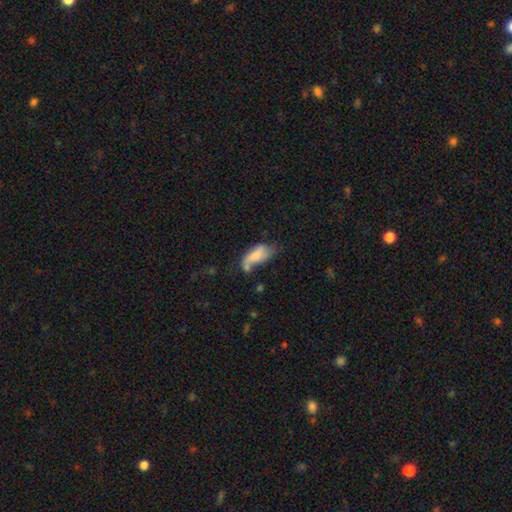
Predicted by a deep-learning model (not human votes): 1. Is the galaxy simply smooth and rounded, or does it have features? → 68% smooth, 23% featured or disk, 9% star or artifact.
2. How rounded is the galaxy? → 85% in between, 12% cigar-shaped, 3% round.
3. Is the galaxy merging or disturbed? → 29% none (tied), 29% minor disturbance (tied), 25% major disturbance, 17% merger.